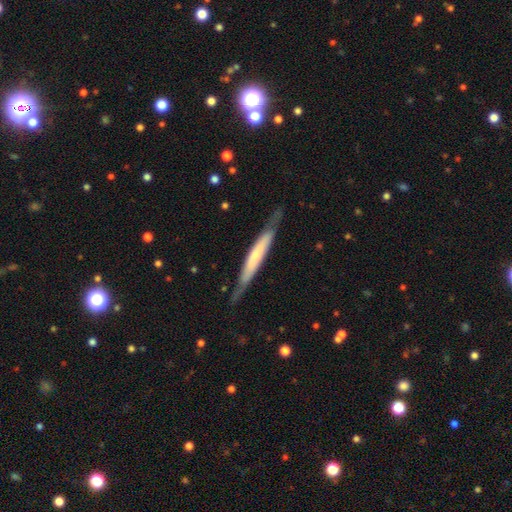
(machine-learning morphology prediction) featured or disk 53%, smooth 41%, star or artifact 5%. Down the decision tree: edge-on disk — yes (84%); merging — none (73%).